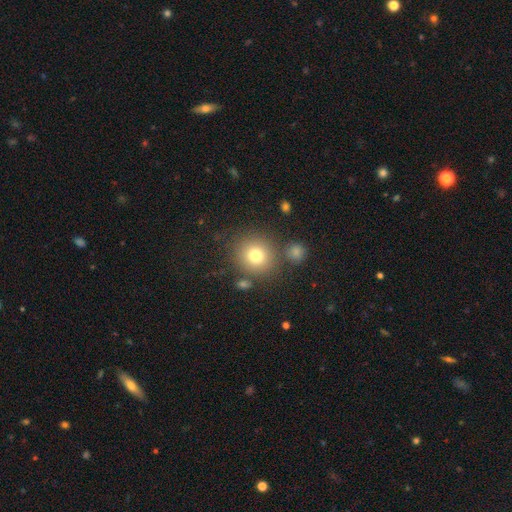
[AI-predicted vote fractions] Overall: smooth (77%). How rounded: round (89%). Merging: none (78%).